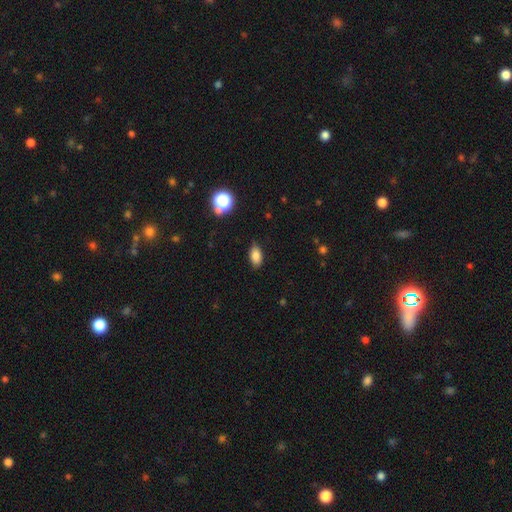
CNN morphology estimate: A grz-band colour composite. It shows a smooth galaxy with no disk features (82%) that is in between round and cigar-shaped (89%). Merging: none (82%).